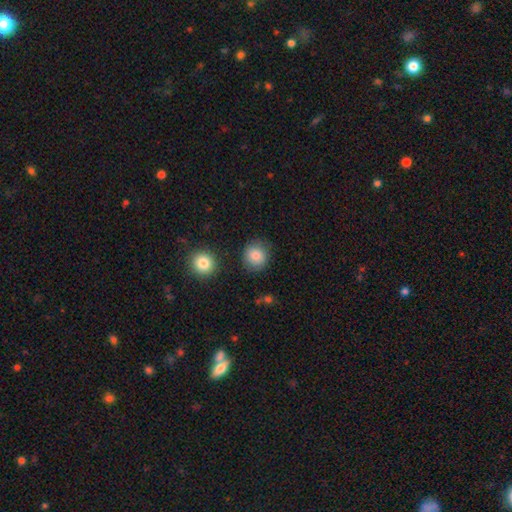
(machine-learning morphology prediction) Overall: smooth (83%). How rounded: round (89%). Merging: none (84%).